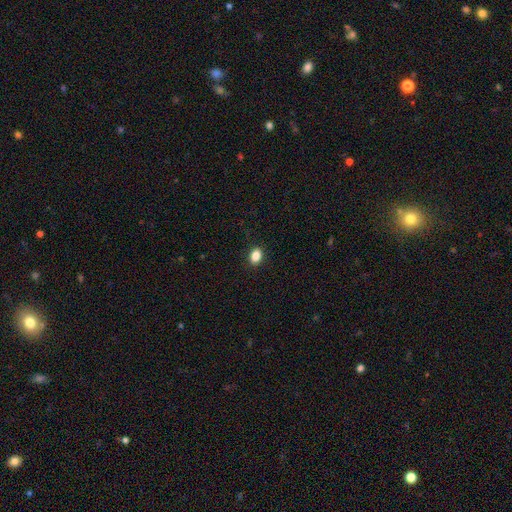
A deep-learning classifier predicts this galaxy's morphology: This appears to be a smooth galaxy with no disk features (87%) that is in between round and cigar-shaped (77%). Merging: none (90%).